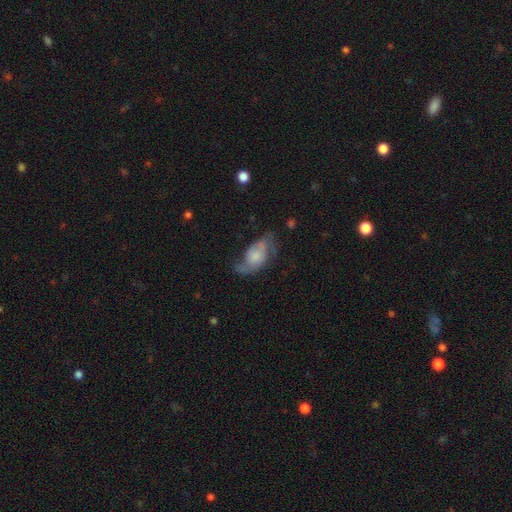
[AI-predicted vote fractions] Morphology: type=featured or disk (51%); edge-on=no (92%); merging=none (40%).